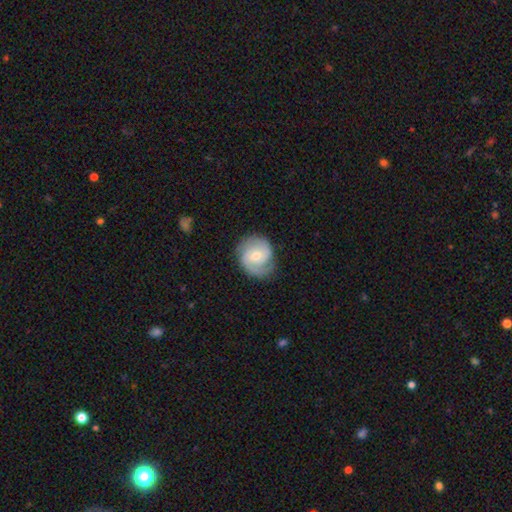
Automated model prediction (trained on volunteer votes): A featured or disk galaxy (77%) with no bar (52%), 2 (58%) tight (52%) spiral arms (95%) and a moderate central bulge (52%).

Vote fractions:
- Smooth or featured? featured or disk: 77% / smooth: 18% / star or artifact: 5%
- Edge-on disk? no: 98% / yes: 2%
- Bar? no: 52% / weak: 40% / strong: 8%
- Spiral arms? yes: 95% / no: 5%
- Spiral winding? tight: 52% / medium: 38% / loose: 10%
- Spiral arm count? 2: 58% / 3: 15% / can't tell: 15% / 1: 7% / 4: 3% / more than 4: 2%
- Bulge size? moderate: 52% / small: 44% / large: 2% / none: 1% / dominant: 1%
- Merging? none: 74% / minor disturbance: 18% / major disturbance: 7% / merger: 1%